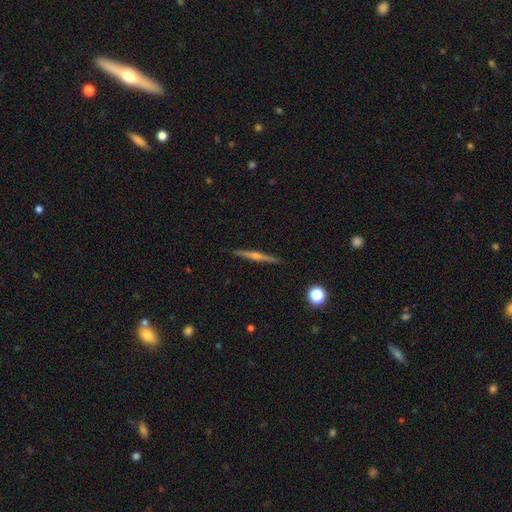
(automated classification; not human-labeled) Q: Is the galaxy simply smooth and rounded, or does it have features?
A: featured or disk — 76%.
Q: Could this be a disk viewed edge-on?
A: yes — 98%.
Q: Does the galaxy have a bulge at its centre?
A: rounded — 82%.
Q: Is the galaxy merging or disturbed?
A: none — 92%.